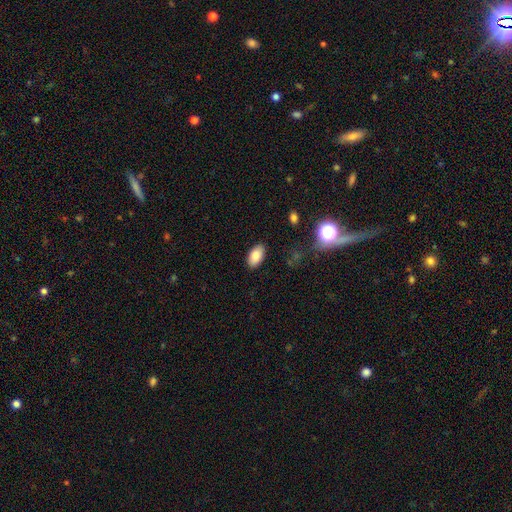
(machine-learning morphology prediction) type=smooth (83%); roundness=in between (94%); merging=none (88%).